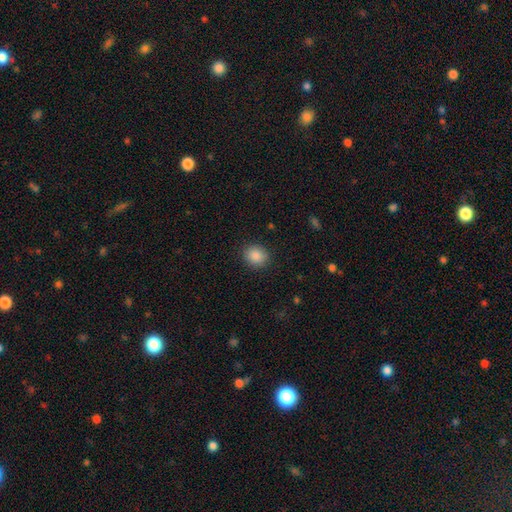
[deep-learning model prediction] Overall: smooth (88%). How rounded: round (72%). Merging: none (89%).